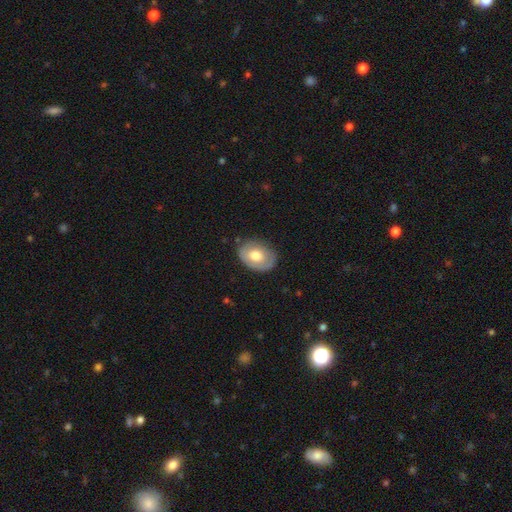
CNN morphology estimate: The model was most divided on "smooth or featured": smooth: 59%, featured or disk: 35%, star or artifact: 6%. More confident: merging — none (76%); how rounded — in between (74%).